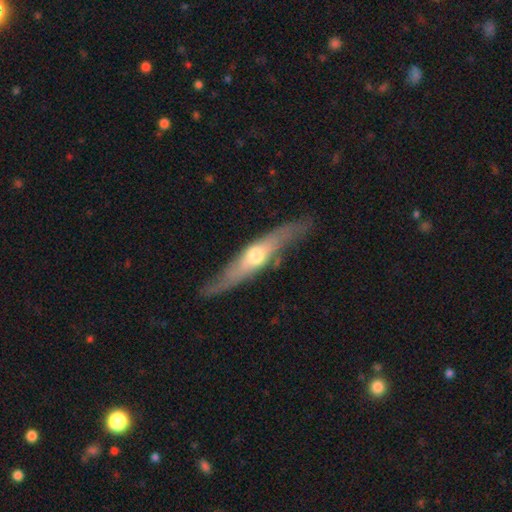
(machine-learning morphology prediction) A featured or disk galaxy (65%) viewed edge-on (77%). Merging: none (74%).